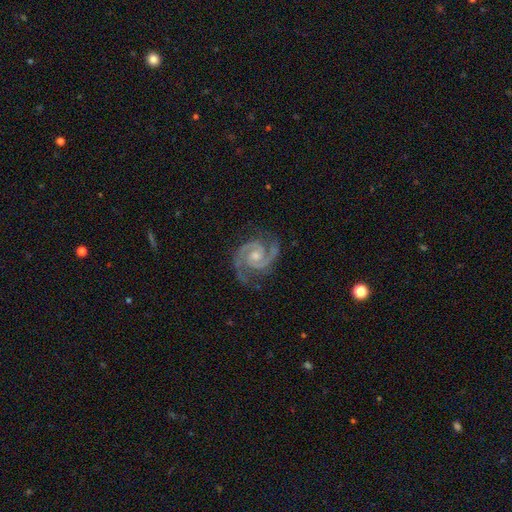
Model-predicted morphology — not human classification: Smooth or featured? featured or disk (94%)
Edge-on disk? no (98%)
Bar? no (57%)
Spiral arms? yes (99%)
Spiral winding? medium (52%)
Spiral arm count? 2 (92%)
Bulge size? moderate (47%)
Merging? none (81%)